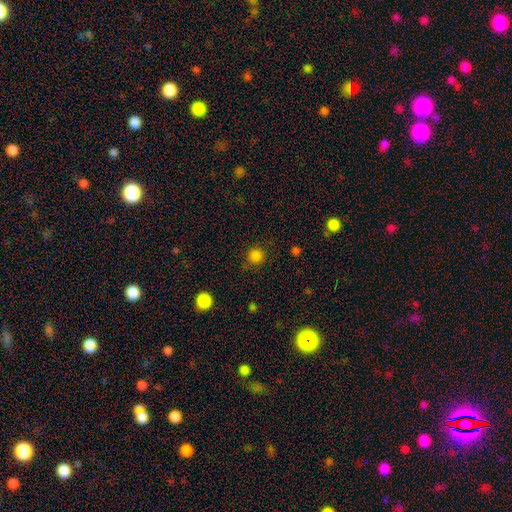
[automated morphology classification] Q: Smooth or featured?
A: smooth (83%); runner-up: star or artifact (14%)
Q: How rounded?
A: round (94%); runner-up: in between (5%)
Q: Merging?
A: none (86%); runner-up: minor disturbance (9%)